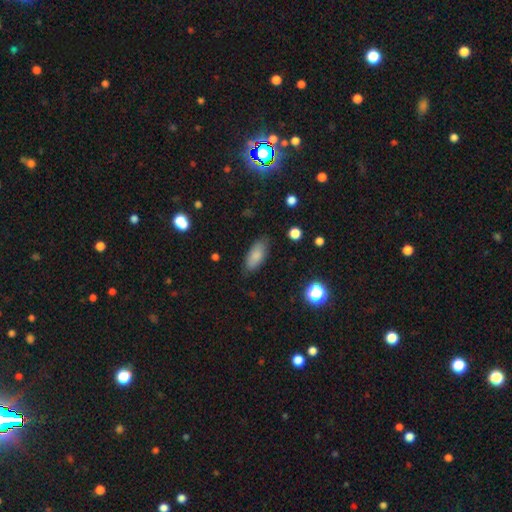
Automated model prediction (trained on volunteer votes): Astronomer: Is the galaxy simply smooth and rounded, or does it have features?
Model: smooth — 83%.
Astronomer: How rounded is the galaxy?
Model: in between — 84%.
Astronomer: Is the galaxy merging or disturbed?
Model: none — 79%.